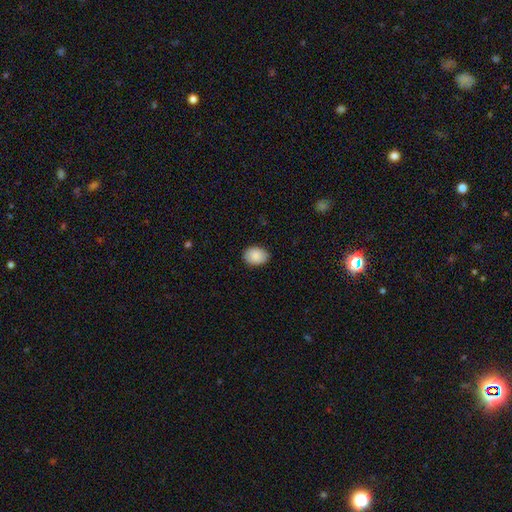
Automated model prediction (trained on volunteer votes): Smooth or featured?
  - smooth: 89% *
  - star or artifact: 7%
  - featured or disk: 4%
How rounded?
  - in between: 71% *
  - round: 28%
  - cigar-shaped: 1%
Merging?
  - none: 86% *
  - minor disturbance: 11%
  - major disturbance: 2%
  - merger: 1%